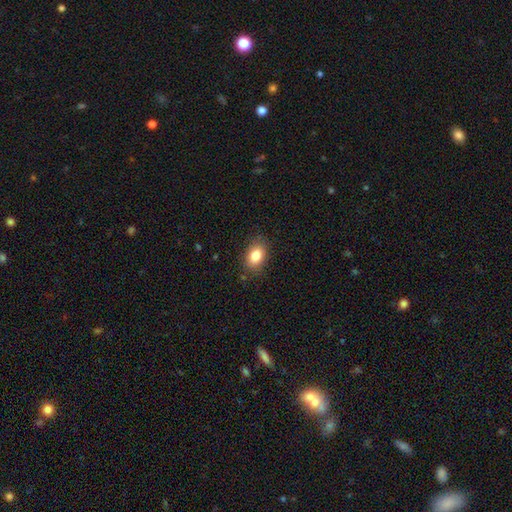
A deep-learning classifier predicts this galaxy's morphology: This is clearly a smooth galaxy (84%). How rounded: clearly in between (85%). Merging: clearly none (84%).